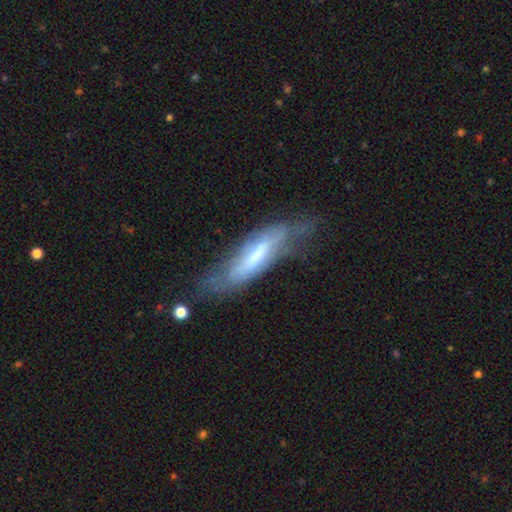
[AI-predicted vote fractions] Smooth or featured? featured or disk (56%)
Edge-on disk? no (53%)
Merging? none (52%)